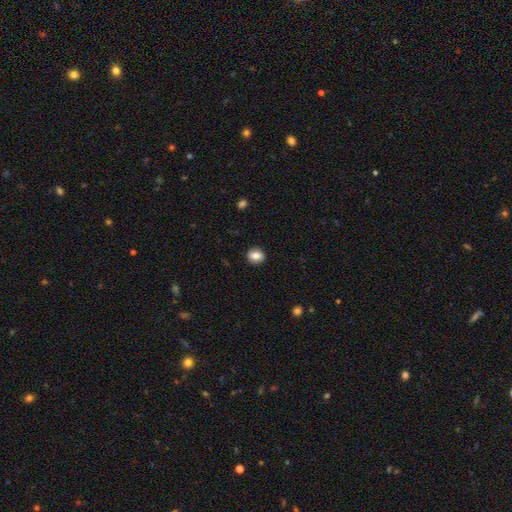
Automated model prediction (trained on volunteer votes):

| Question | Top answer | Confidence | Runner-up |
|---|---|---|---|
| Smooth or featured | smooth | 81% | featured or disk (10%) |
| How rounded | round | 63% | in between (36%) |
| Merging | none | 90% | minor disturbance (7%) |